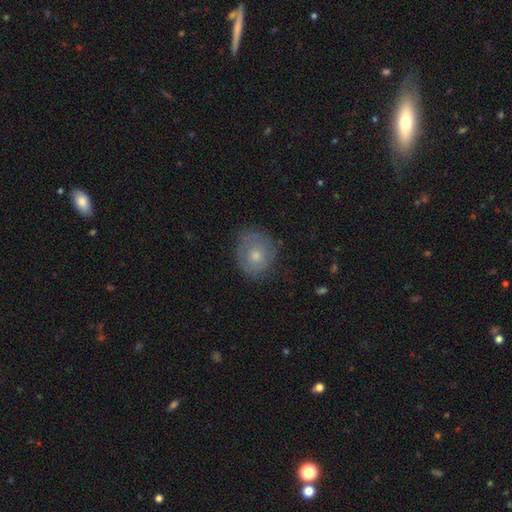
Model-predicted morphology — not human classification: Smooth or featured: smooth — 52% (featured or disk — 37%)
How rounded: round — 73% (in between — 26%)
Merging: none — 74% (minor disturbance — 19%)